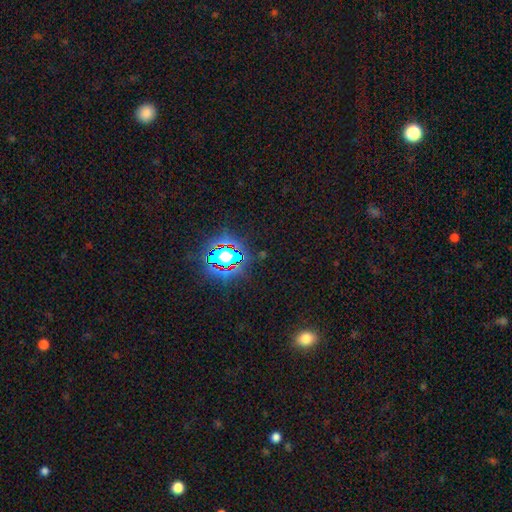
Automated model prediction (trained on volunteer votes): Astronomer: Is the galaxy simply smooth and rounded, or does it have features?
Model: star or artifact — 78%.